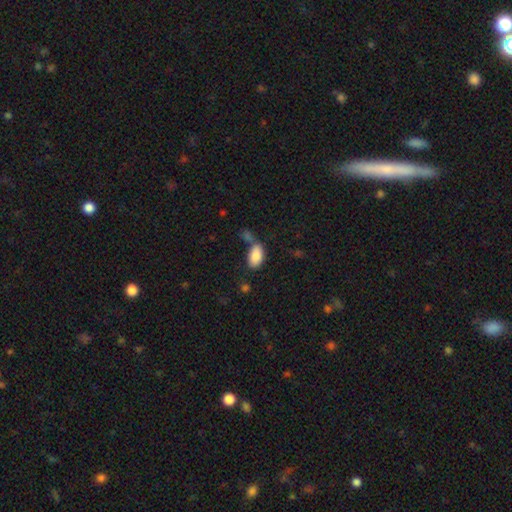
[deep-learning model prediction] This is clearly a smooth galaxy (86%). How rounded: clearly in between (94%). Merging: possibly none (54%).